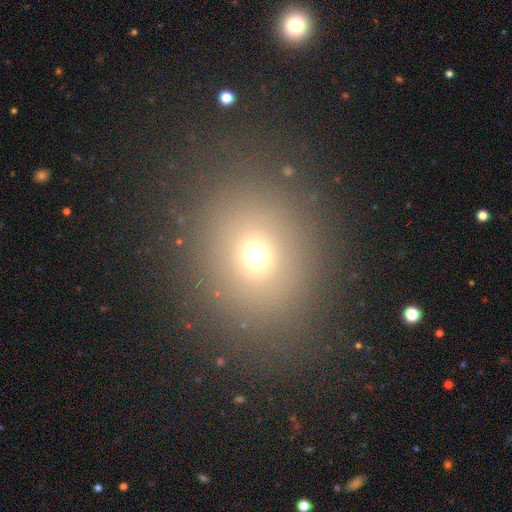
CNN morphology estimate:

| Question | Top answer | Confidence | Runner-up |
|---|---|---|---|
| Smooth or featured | smooth | 67% | star or artifact (21%) |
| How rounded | round | 71% | in between (28%) |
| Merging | none | 82% | minor disturbance (9%) |